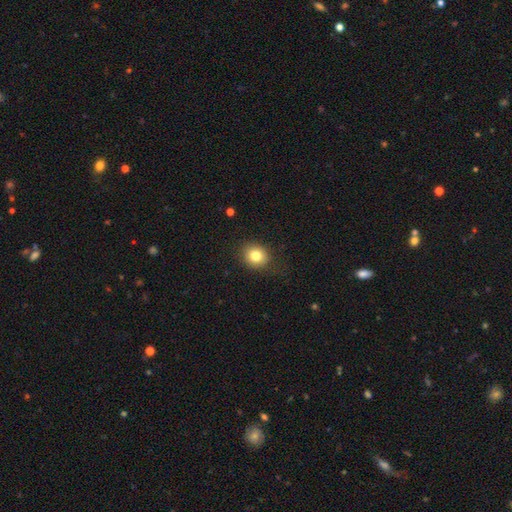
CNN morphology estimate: smooth-or-featured: smooth: 81% | star or artifact: 11% | featured or disk: 8%
  how-rounded: round: 74% | in between: 25% | cigar-shaped: 1%
  merging: none: 85% | minor disturbance: 11% | major disturbance: 3% | merger: 1%